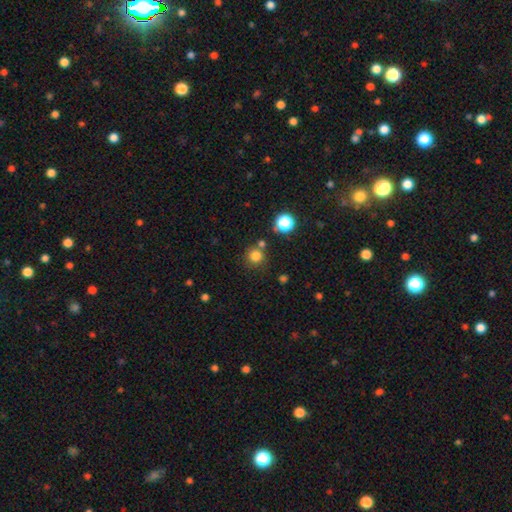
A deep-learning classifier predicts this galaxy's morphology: Smooth or featured: smooth — 79% (star or artifact — 15%)
How rounded: round — 93% (in between — 6%)
Merging: none — 74% (merger — 13%)